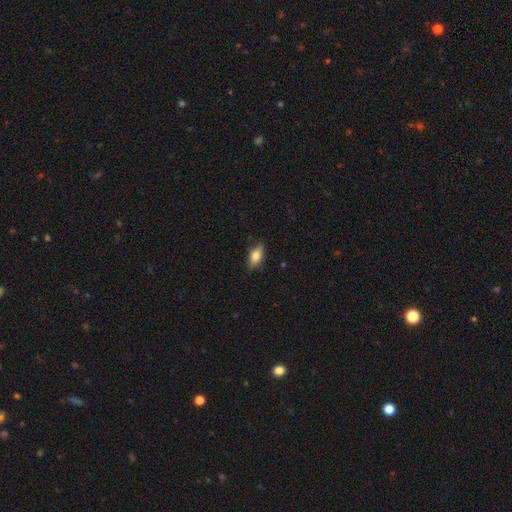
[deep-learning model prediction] Smooth or featured? smooth (77%)
How rounded? in between (86%)
Merging? none (79%)